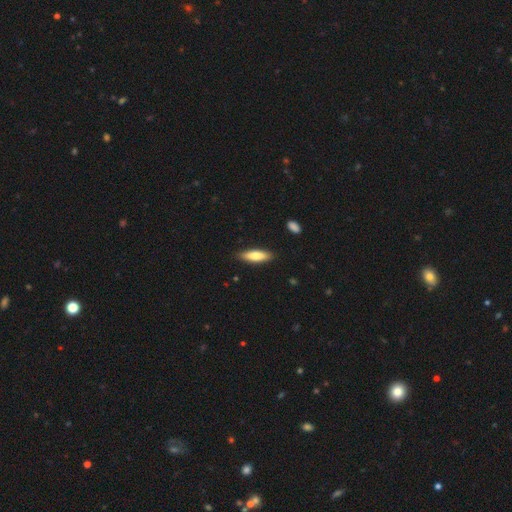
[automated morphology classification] A smooth galaxy with no disk features (75%) that is cigar-shaped (54%).

Vote fractions:
- Smooth or featured? smooth: 75% / featured or disk: 19% / star or artifact: 6%
- How rounded? cigar-shaped: 54% / in between: 45% / round: 2%
- Merging? none: 88% / minor disturbance: 9% / major disturbance: 2% / merger: 1%